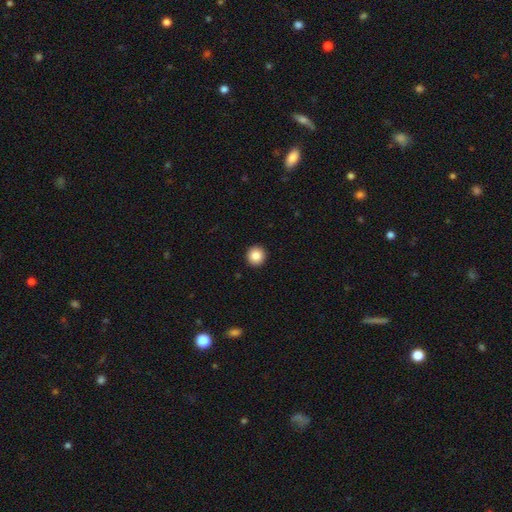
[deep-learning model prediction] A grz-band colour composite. It shows a smooth galaxy with no disk features (86%) that is round (95%). Merging: none (94%).